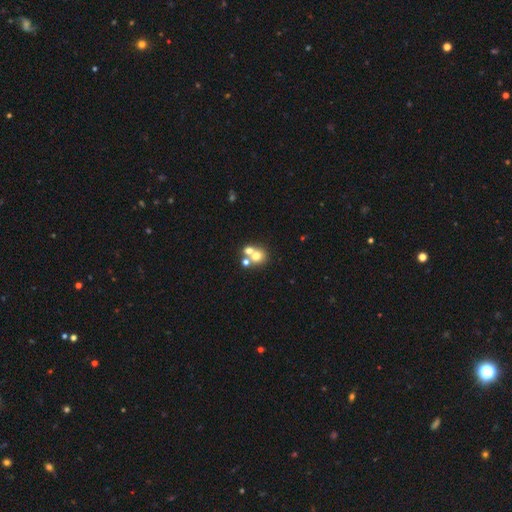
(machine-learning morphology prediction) Smooth or featured? Predicted: smooth (p=0.64). How rounded? Predicted: round (p=0.80). Merging? Predicted: merger (p=0.49).